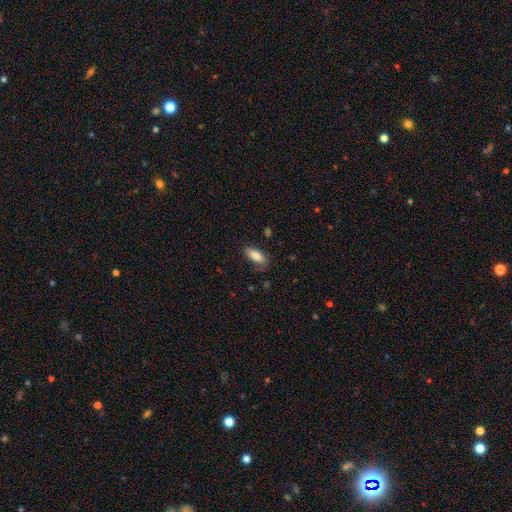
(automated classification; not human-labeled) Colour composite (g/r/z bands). It shows a smooth galaxy with no disk features (83%) that is in between round and cigar-shaped (78%). Merging: none (74%).